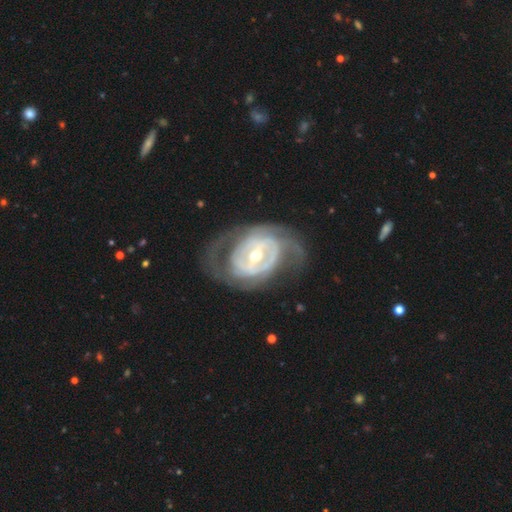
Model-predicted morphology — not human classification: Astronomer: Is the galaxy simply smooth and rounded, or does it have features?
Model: featured or disk — 86%.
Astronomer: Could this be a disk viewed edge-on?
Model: no — 95%.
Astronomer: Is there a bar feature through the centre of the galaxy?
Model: strong — 46% (runner-up: weak, 36%).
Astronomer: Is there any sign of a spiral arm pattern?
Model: yes — 80%.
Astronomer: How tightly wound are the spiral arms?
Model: tight — 52% (runner-up: medium, 33%).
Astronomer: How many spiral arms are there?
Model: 2 — 47% (runner-up: can't tell, 30%).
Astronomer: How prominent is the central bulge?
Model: moderate — 48%, tied with small at 48%.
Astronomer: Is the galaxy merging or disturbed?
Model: none — 62%.